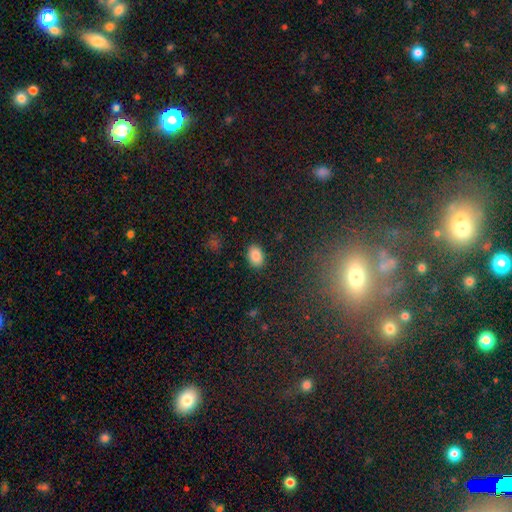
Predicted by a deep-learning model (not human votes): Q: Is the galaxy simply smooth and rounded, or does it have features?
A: smooth — 86%.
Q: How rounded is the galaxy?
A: in between — 81%.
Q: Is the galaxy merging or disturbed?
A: none — 87%.